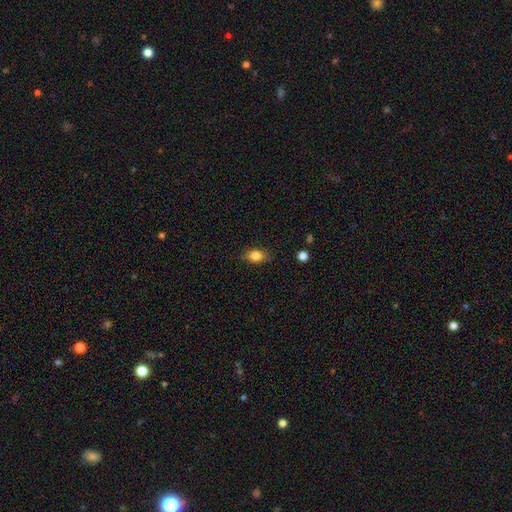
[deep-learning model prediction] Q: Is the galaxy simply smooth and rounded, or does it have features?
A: smooth — 84%.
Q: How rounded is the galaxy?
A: in between — 77%.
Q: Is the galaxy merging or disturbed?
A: none — 83%.